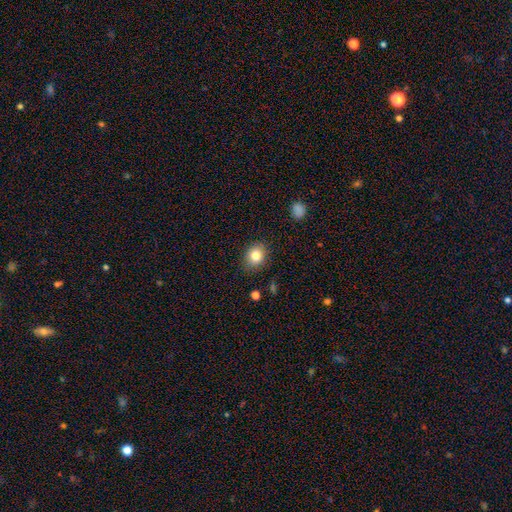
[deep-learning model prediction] Smooth or featured? Predicted: smooth (p=0.83). How rounded? Predicted: round (p=0.59). Merging? Predicted: none (p=0.85).